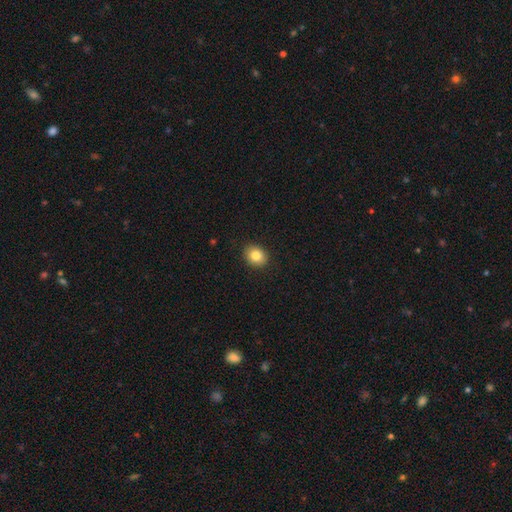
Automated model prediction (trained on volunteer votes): Q: Smooth or featured?
A: smooth (83%); runner-up: star or artifact (9%)
Q: How rounded?
A: round (52%); runner-up: in between (47%)
Q: Merging?
A: none (90%); runner-up: minor disturbance (7%)